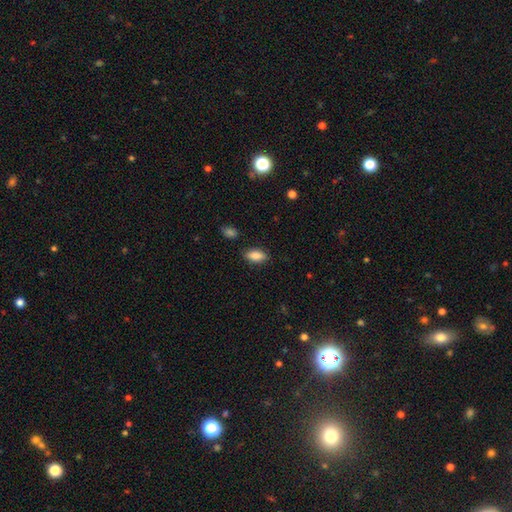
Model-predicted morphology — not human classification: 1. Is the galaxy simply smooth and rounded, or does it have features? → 87% smooth, 7% star or artifact, 5% featured or disk.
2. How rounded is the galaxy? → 89% in between, 7% cigar-shaped, 3% round.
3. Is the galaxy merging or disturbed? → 85% none, 11% minor disturbance, 3% major disturbance, 2% merger.